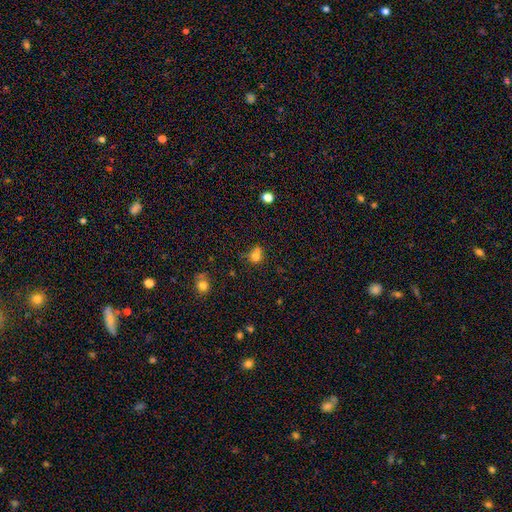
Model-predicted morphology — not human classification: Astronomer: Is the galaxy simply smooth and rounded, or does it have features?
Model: smooth — 75%.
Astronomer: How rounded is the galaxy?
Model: round — 76%.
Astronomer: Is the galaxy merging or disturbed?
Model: none — 42% (runner-up: merger, 40%).